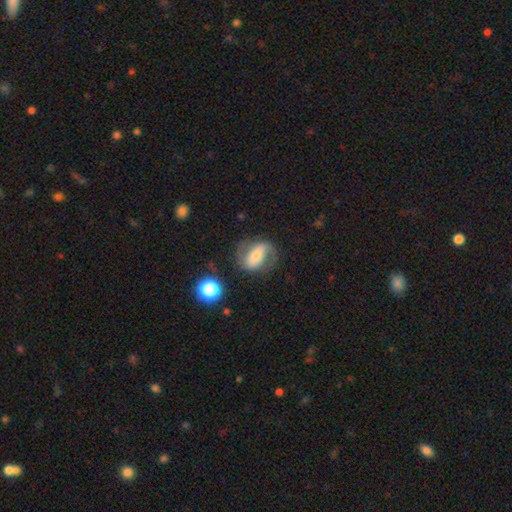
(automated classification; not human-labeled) Morphology: type=featured or disk (65%); edge-on=no (94%); bar=strong (53%); spiral arms=yes (83%); winding=medium (44%); arm count=2 (81%); bulge=moderate (40%); merging=none (65%).